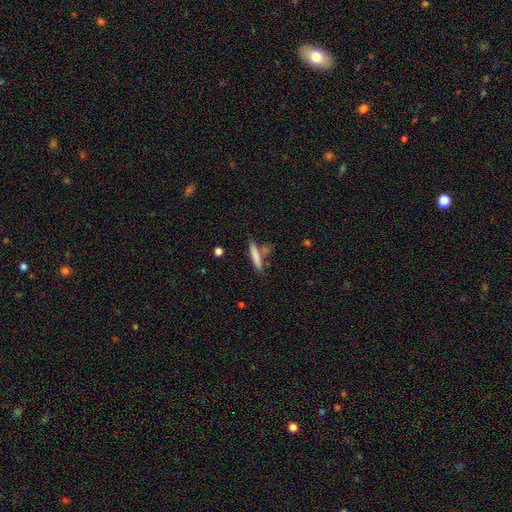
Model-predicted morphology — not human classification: This appears to be a smooth galaxy with no disk features (78%) that is cigar-shaped (89%). Merging: none (73%).